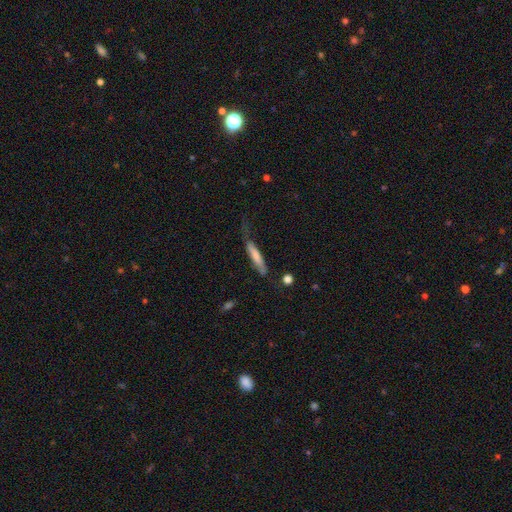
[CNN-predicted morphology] Smooth or featured: smooth — 63% (featured or disk — 31%)
How rounded: cigar-shaped — 86% (in between — 12%)
Merging: none — 48% (minor disturbance — 30%)